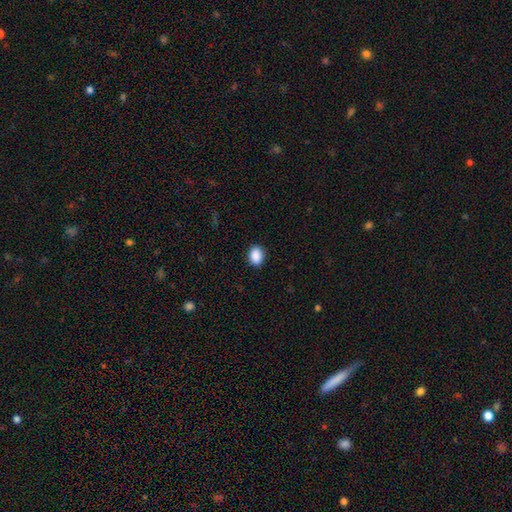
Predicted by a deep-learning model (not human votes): Q: Smooth or featured?
A: smooth (90%); runner-up: star or artifact (8%)
Q: How rounded?
A: in between (72%); runner-up: round (27%)
Q: Merging?
A: none (89%); runner-up: minor disturbance (8%)